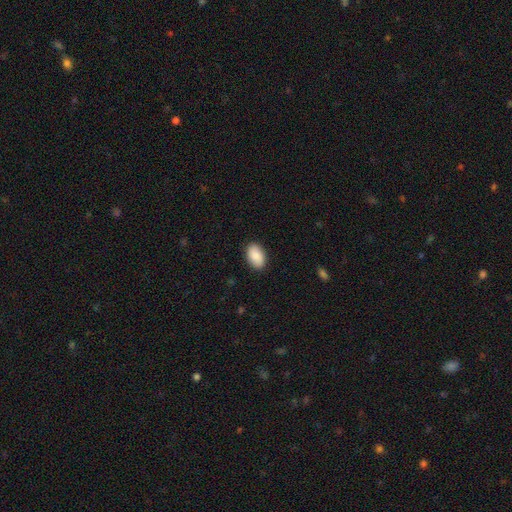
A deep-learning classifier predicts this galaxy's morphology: smooth-or-featured: smooth: 88% | star or artifact: 6% | featured or disk: 6%
  how-rounded: in between: 92% | round: 7% | cigar-shaped: 1%
  merging: none: 89% | minor disturbance: 8% | major disturbance: 2% | merger: 1%